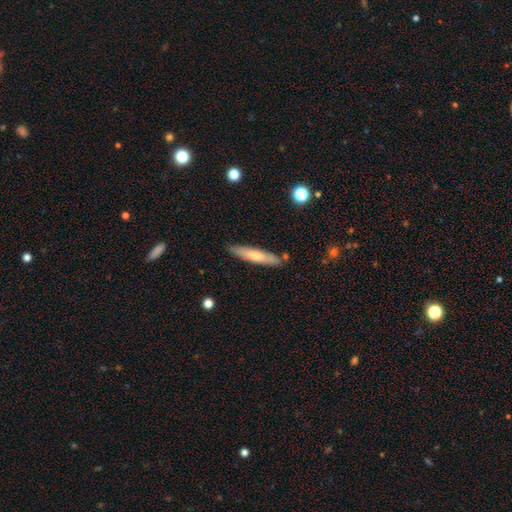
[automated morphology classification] A smooth galaxy with no disk features (59%) that is cigar-shaped (87%). Merging: none (85%).